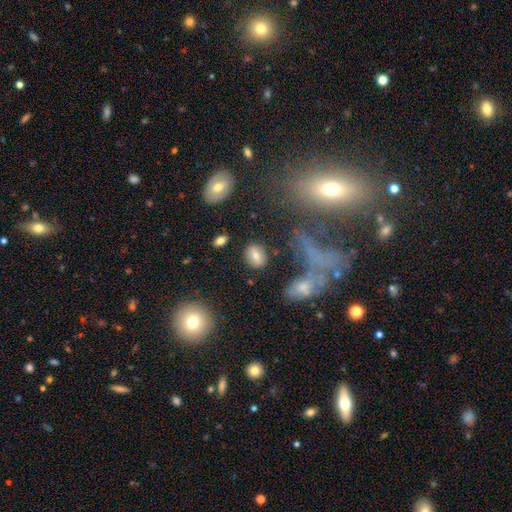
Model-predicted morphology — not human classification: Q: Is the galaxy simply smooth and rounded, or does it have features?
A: smooth — 71%.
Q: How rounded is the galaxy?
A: in between — 62%.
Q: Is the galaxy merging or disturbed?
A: none — 82%.